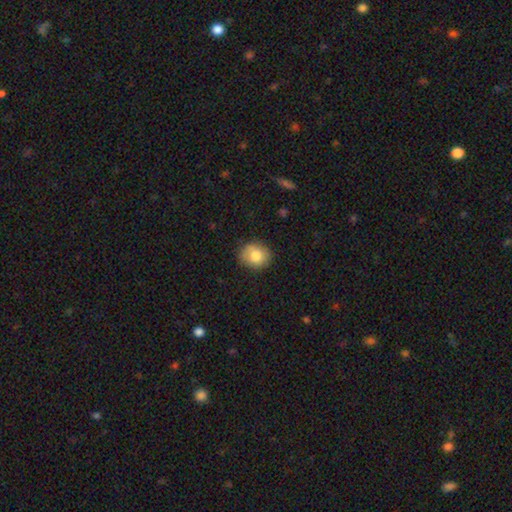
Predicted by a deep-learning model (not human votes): This appears to be a smooth galaxy with no disk features (79%) that is round (70%). Merging: none (82%).